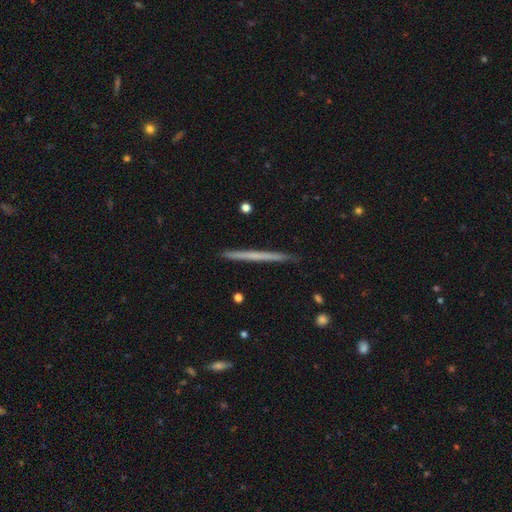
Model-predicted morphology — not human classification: Smooth or featured: smooth — 48% (featured or disk — 46%)
Merging: none — 91% (minor disturbance — 6%)